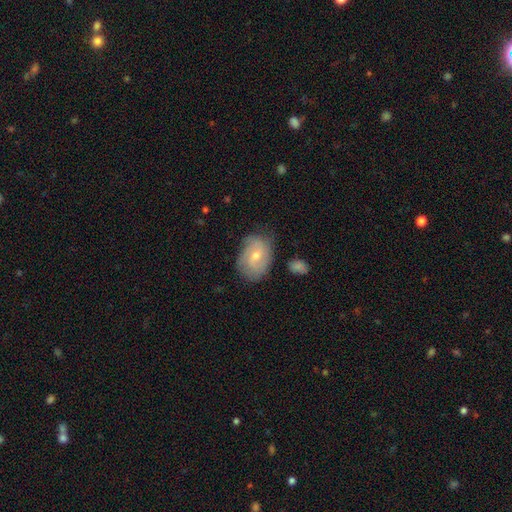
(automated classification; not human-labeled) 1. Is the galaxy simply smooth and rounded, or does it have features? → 55% featured or disk, 38% smooth, 7% star or artifact.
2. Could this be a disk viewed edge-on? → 96% no, 4% yes.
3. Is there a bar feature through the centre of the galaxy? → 49% no, 44% weak, 7% strong.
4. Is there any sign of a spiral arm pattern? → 81% yes, 19% no.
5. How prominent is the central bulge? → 53% small, 44% moderate, 1% none, 1% large, 1% dominant.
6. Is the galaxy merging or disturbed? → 67% none, 24% minor disturbance, 7% major disturbance, 3% merger.